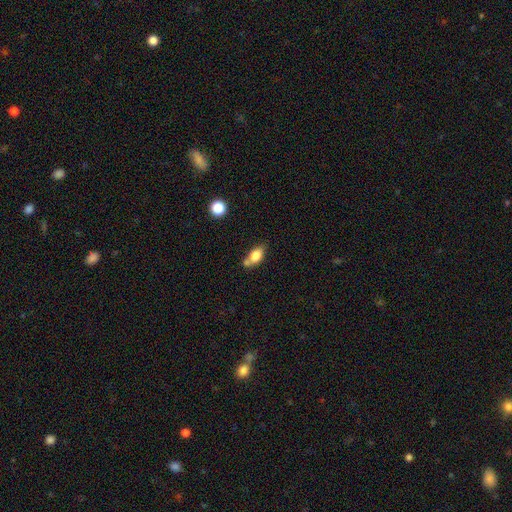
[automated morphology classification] Overall: smooth (76%). How rounded: in between (82%). Merging: none (47%; merger 27%).